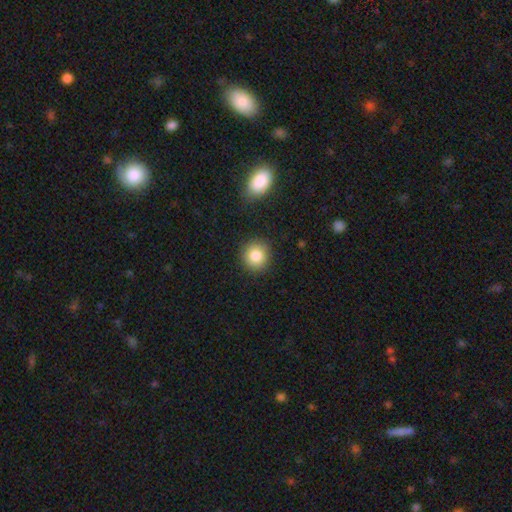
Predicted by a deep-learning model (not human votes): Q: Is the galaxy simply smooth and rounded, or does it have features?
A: smooth — 83%.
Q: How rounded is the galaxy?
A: round — 89%.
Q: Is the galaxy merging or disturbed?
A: none — 89%.